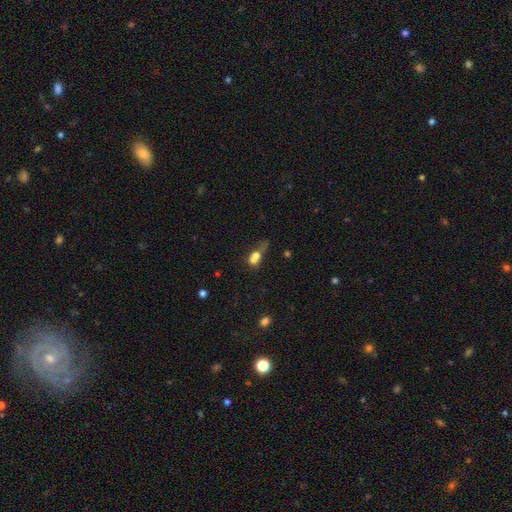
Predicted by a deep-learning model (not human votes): Smooth or featured? smooth (65%)
How rounded? round (46%)
Merging? merger (58%)